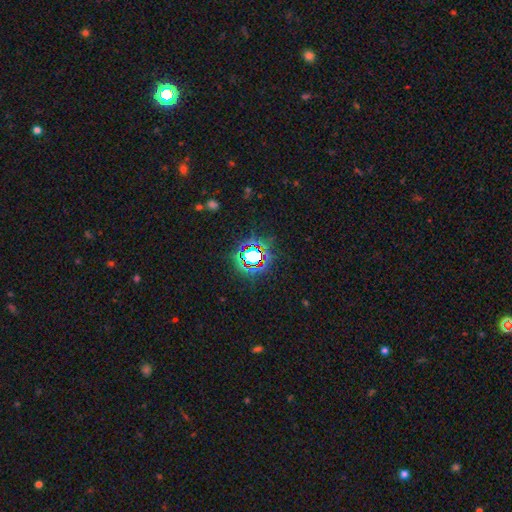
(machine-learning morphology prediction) type=star or artifact (77%).